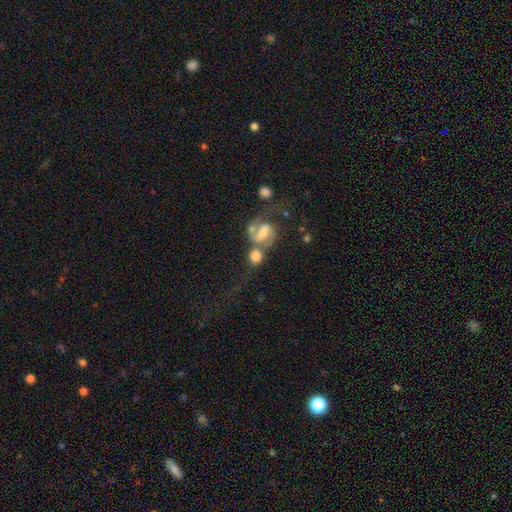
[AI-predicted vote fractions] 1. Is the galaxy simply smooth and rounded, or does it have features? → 46% featured or disk, 44% smooth, 11% star or artifact.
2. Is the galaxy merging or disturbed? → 46% merger, 31% none, 11% major disturbance, 11% minor disturbance.